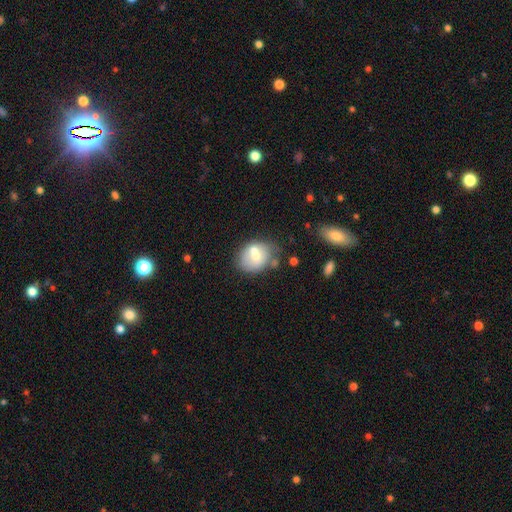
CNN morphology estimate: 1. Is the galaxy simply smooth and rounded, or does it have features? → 60% smooth, 31% featured or disk, 9% star or artifact.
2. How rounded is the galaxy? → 53% in between, 46% round, 1% cigar-shaped.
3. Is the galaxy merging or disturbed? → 46% none, 26% merger, 20% minor disturbance, 7% major disturbance.